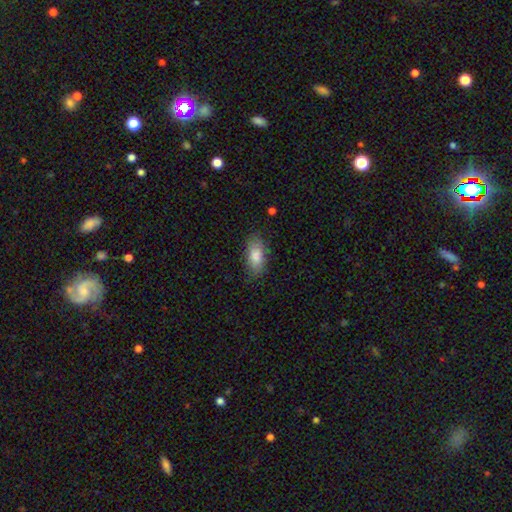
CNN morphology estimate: Smooth or featured? smooth (83%)
How rounded? in between (87%)
Merging? none (82%)